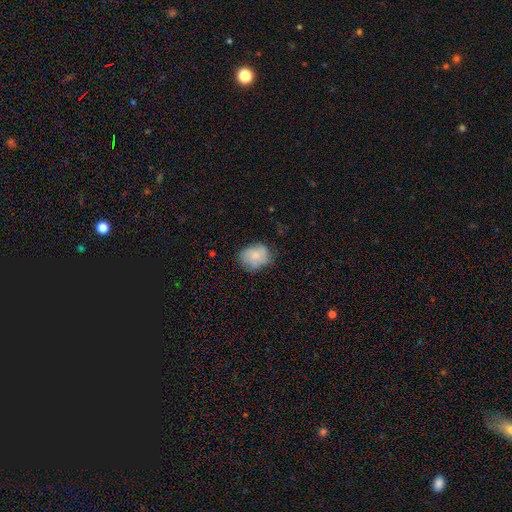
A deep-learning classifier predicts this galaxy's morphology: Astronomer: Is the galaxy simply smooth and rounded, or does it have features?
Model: smooth — 69%.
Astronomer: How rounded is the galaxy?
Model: in between — 54% (runner-up: round, 45%).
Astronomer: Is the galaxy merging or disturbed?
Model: none — 62%.